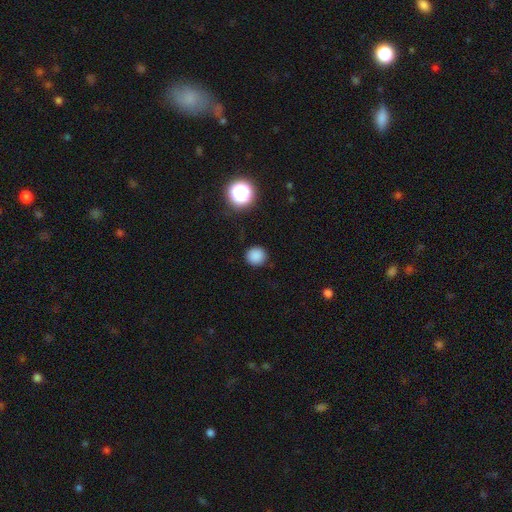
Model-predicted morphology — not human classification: Smooth or featured? smooth (83%)
How rounded? round (92%)
Merging? none (89%)